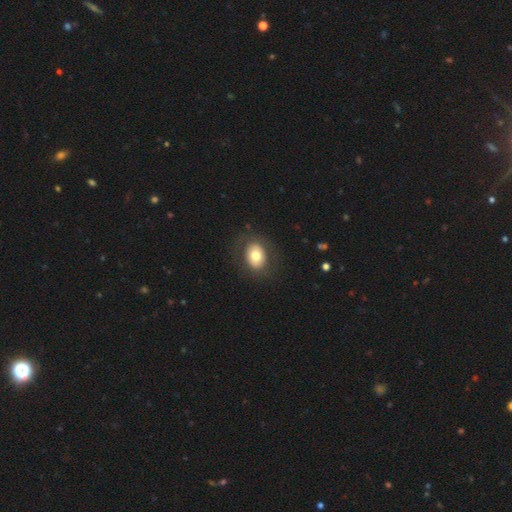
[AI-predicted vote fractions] This appears to be a smooth galaxy with no disk features (73%) that is in between round and cigar-shaped (59%). Merging: none (83%).